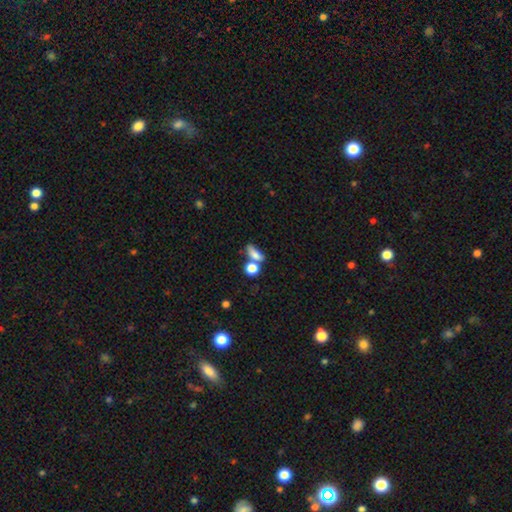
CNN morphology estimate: A smooth galaxy with no disk features (77%) that is in between round and cigar-shaped (62%). Merging: none (42%).